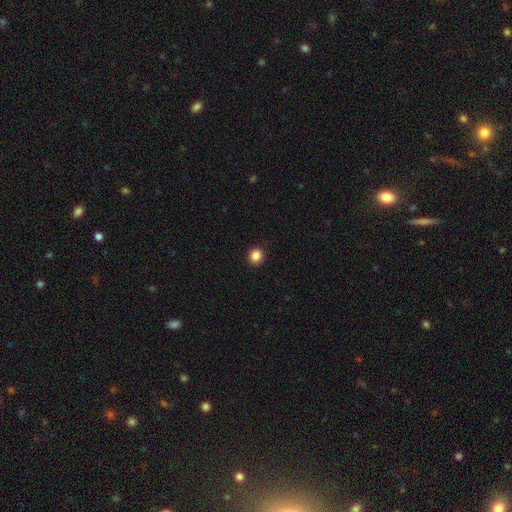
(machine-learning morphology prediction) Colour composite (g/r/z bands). It shows a smooth galaxy with no disk features (86%) that is round (90%). Merging: none (92%).